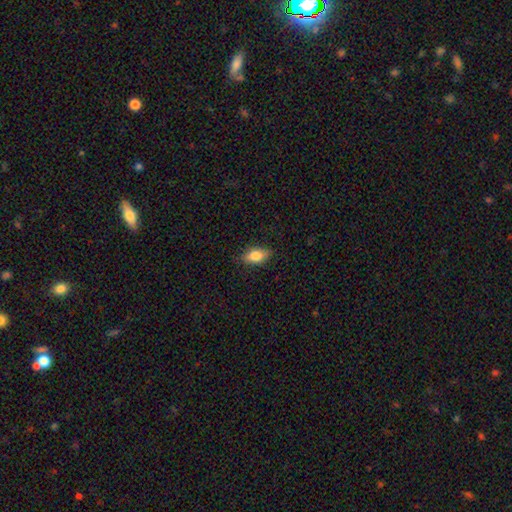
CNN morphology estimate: Smooth or featured? smooth (81%)
How rounded? in between (88%)
Merging? none (85%)